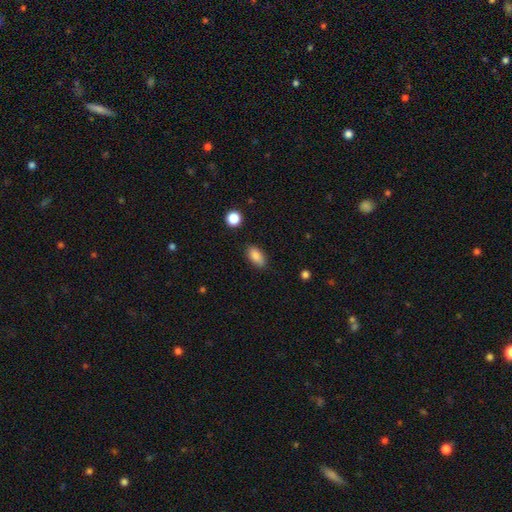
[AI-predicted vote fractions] Smooth or featured: smooth — 86% (star or artifact — 8%)
How rounded: in between — 90% (cigar-shaped — 5%)
Merging: none — 83% (minor disturbance — 13%)